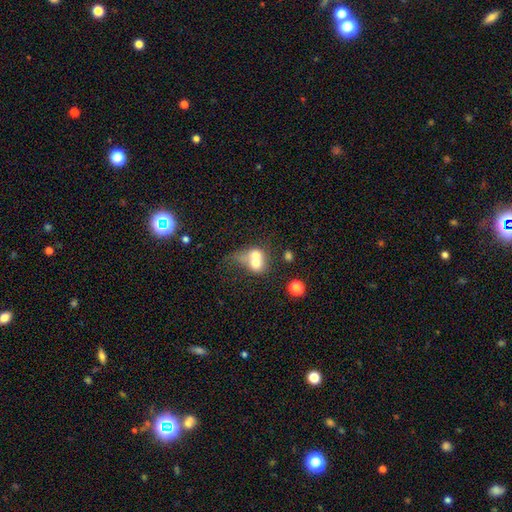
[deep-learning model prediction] Overall: smooth (61%; featured or disk 28%). How rounded: round (58%; in between 41%). Merging: merger (72%).